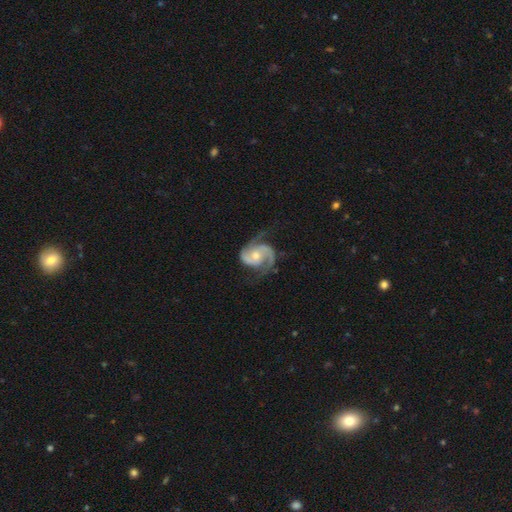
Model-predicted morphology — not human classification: Overall: featured or disk (91%). Edge-on disk: no (98%). Bar: no (65%; weak 28%). Spiral arms: yes (98%). Spiral arm count: 2 (89%). Spiral winding: medium (55%; tight 25%). Bulge size: moderate (55%; small 39%). Merging: none (70%).